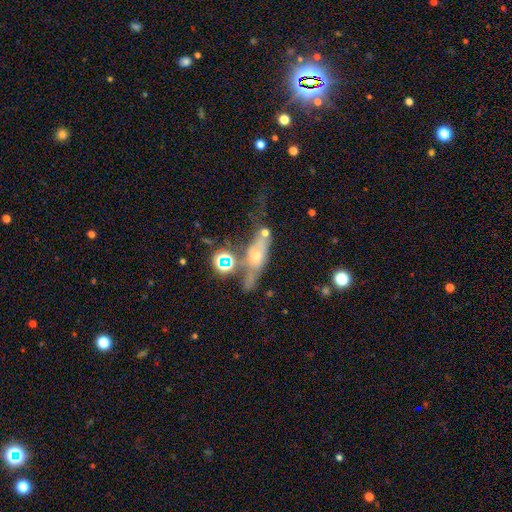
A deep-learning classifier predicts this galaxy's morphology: This is possibly a featured or disk galaxy (56%). It is possibly not viewed edge-on (55%). Merging: marginally none (36%).